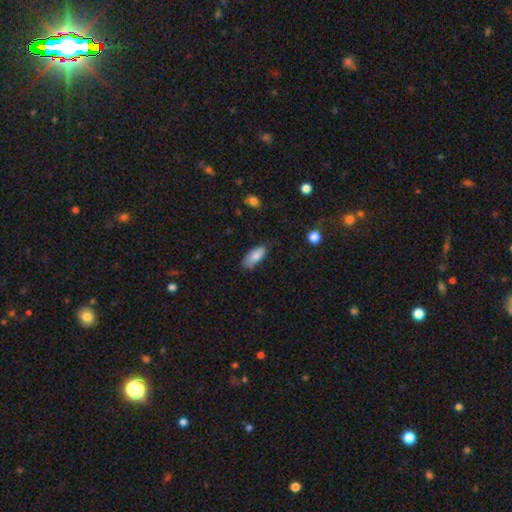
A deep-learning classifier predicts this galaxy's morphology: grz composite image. It shows a smooth galaxy with no disk features (84%) that is in between round and cigar-shaped (81%). Merging: none (72%).